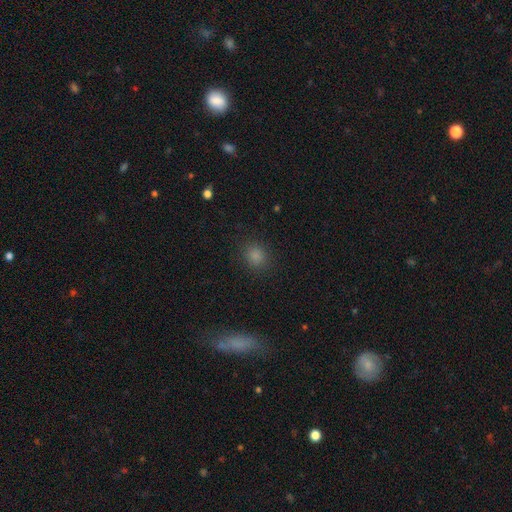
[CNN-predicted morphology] smooth 82%, star or artifact 14%, featured or disk 4%. Down the decision tree: how rounded — round (77%); merging — none (88%).